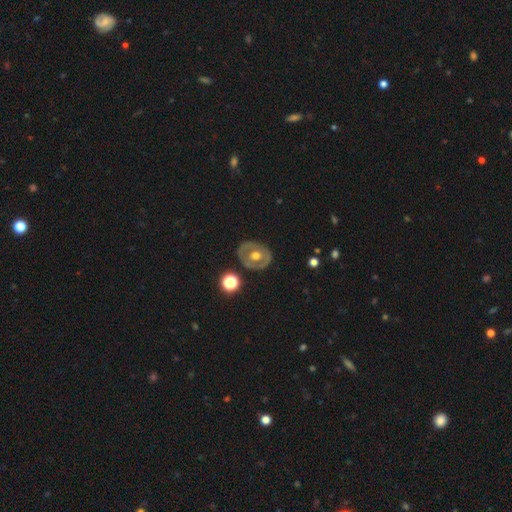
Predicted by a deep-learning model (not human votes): Smooth or featured: featured or disk — 56% (smooth — 37%)
Edge-on disk: no — 94% (yes — 6%)
Bar: no — 81% (weak — 14%)
Spiral arms: no — 83% (yes — 17%)
Bulge size: moderate — 75% (large — 14%)
Merging: none — 80% (minor disturbance — 13%)